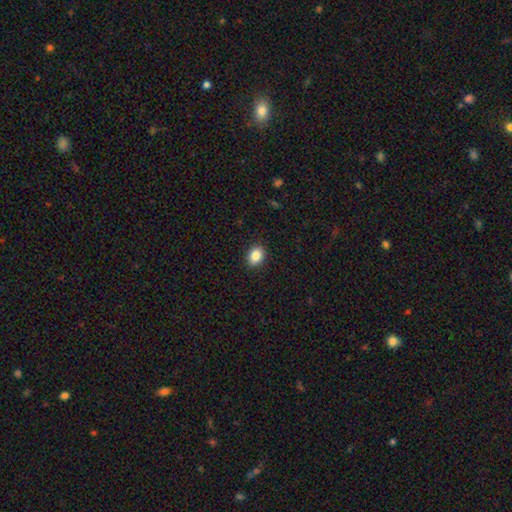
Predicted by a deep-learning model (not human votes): Smooth or featured: smooth — 86% (star or artifact — 9%)
How rounded: in between — 68% (round — 31%)
Merging: none — 90% (minor disturbance — 7%)